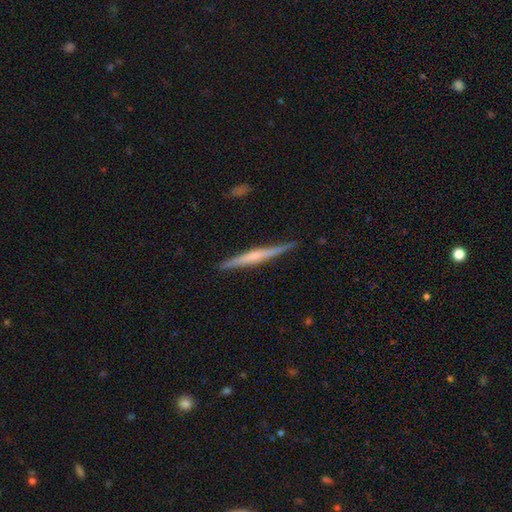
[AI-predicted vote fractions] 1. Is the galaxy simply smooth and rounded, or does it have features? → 65% featured or disk, 30% smooth, 5% star or artifact.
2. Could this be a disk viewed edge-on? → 98% yes, 2% no.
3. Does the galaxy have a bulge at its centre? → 48% rounded, 34% none, 18% boxy.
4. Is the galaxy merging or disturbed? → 89% none, 9% minor disturbance, 2% major disturbance, 1% merger.